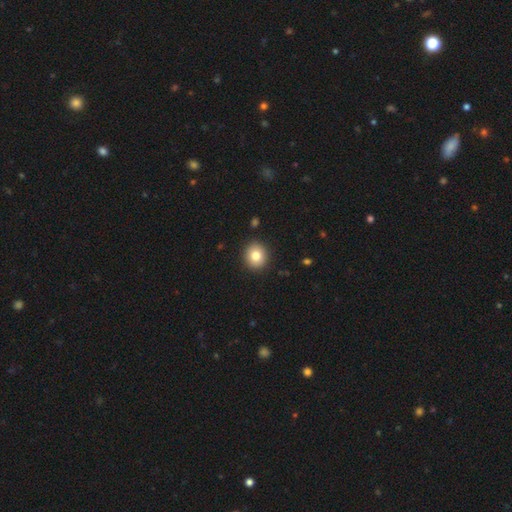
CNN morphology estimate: Smooth or featured? Predicted: smooth (p=0.81). How rounded? Predicted: round (p=0.83). Merging? Predicted: none (p=0.91).